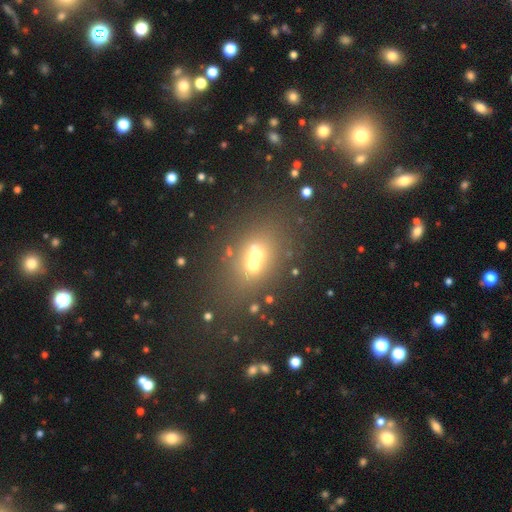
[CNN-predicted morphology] Smooth or featured? smooth (50%)
How rounded? in between (55%)
Merging? merger (43%, tied with none)